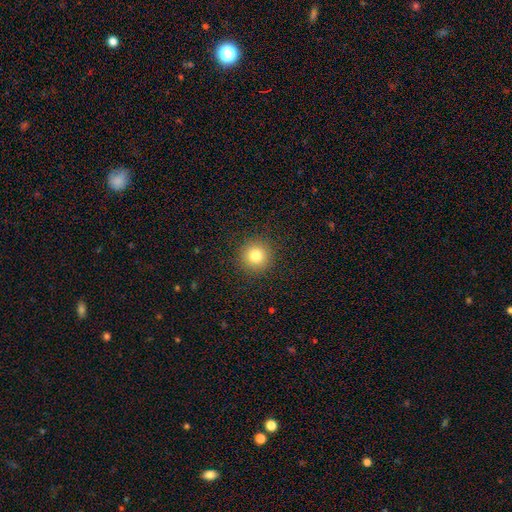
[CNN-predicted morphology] smooth-or-featured: smooth: 81% | star or artifact: 12% | featured or disk: 8%
  how-rounded: round: 95% | in between: 4% | cigar-shaped: 1%
  merging: none: 91% | minor disturbance: 6% | major disturbance: 2% | merger: 1%